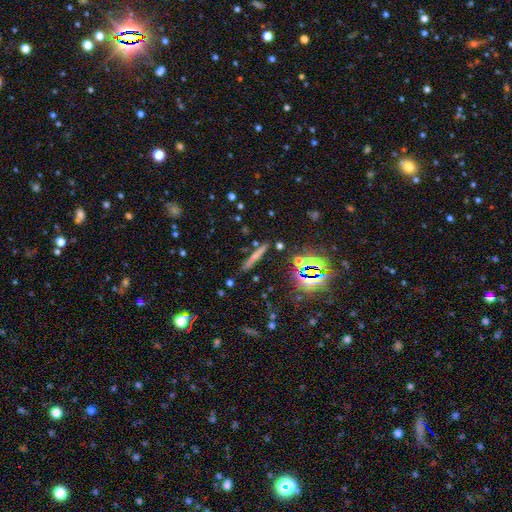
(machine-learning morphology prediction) Smooth or featured: smooth — 50% (featured or disk — 30%)
How rounded: cigar-shaped — 91% (in between — 5%)
Merging: none — 84% (minor disturbance — 9%)